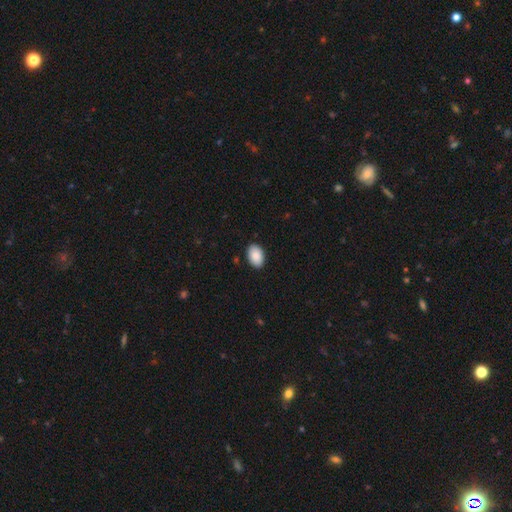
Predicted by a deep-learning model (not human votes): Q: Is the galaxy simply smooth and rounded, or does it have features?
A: smooth — 90%.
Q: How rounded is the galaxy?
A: in between — 90%.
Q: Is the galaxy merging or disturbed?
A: none — 89%.